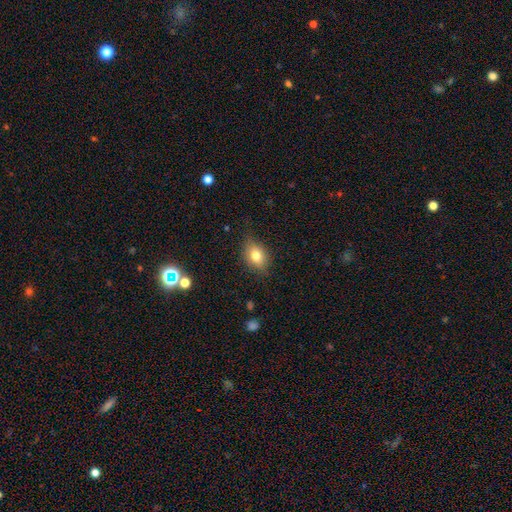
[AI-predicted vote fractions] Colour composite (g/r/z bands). It shows a smooth galaxy with no disk features (76%) that is in between round and cigar-shaped (66%). Merging: none (76%).